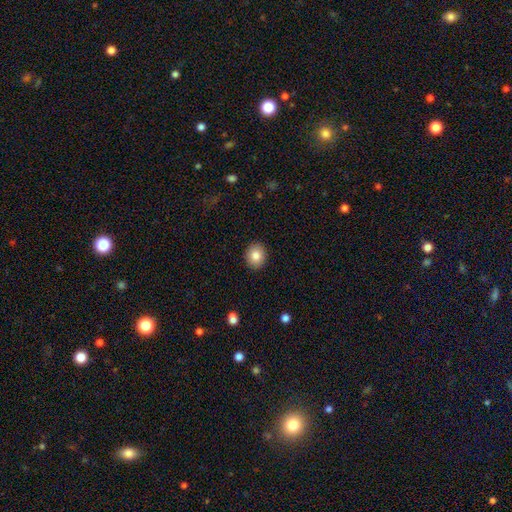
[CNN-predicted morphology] smooth 84%, star or artifact 9%, featured or disk 8%. Down the decision tree: how rounded — round (69%); merging — none (91%).